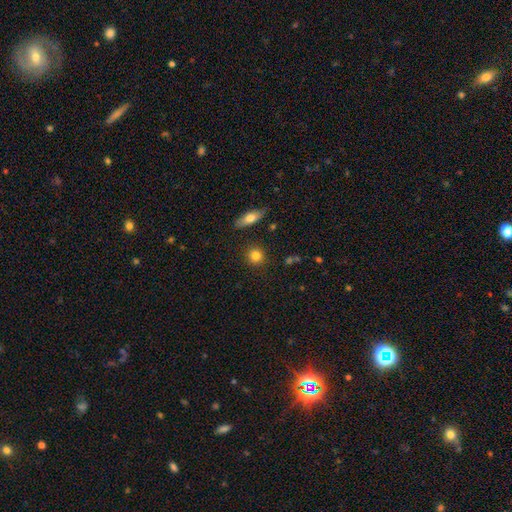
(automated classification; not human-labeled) This appears to be a smooth galaxy with no disk features (82%) that is round (88%). Merging: none (89%).